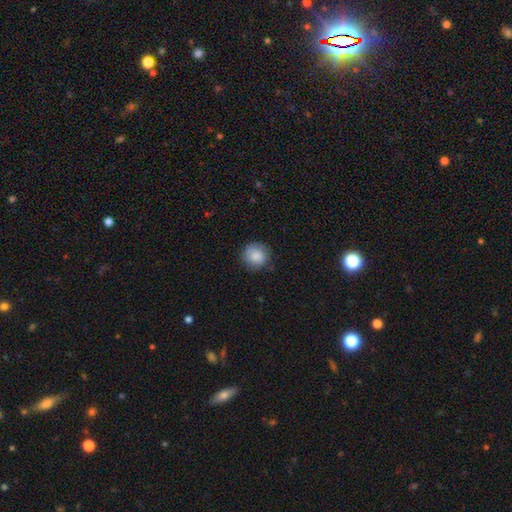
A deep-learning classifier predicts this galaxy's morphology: A smooth galaxy with no disk features (86%) that is round (91%).

Vote fractions:
- Smooth or featured? smooth: 86% / star or artifact: 8% / featured or disk: 6%
- How rounded? round: 91% / in between: 8% / cigar-shaped: 1%
- Merging? none: 82% / minor disturbance: 13% / major disturbance: 3% / merger: 1%